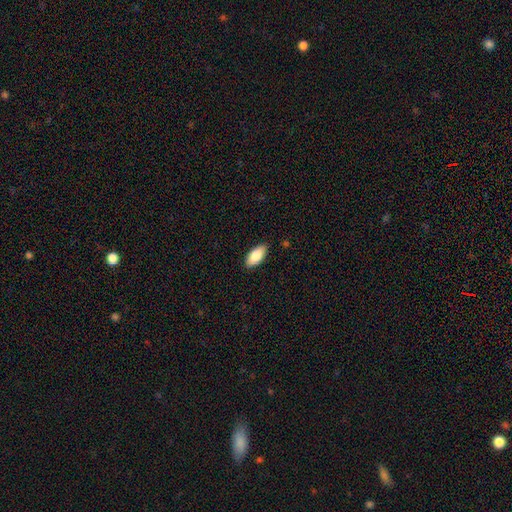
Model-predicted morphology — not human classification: Smooth or featured? Predicted: smooth (p=0.82). How rounded? Predicted: in between (p=0.90). Merging? Predicted: none (p=0.87).